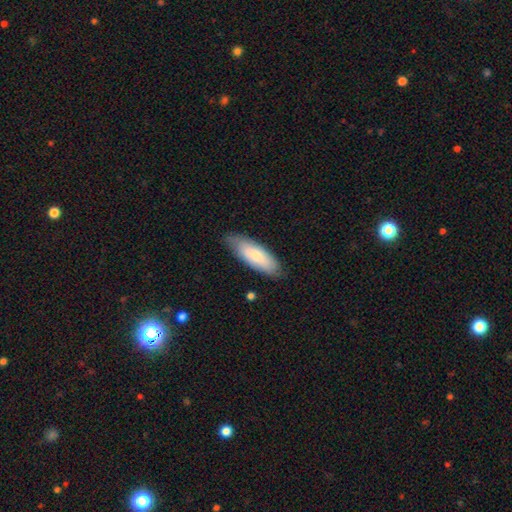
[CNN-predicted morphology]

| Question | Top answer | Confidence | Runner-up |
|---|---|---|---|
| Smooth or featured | smooth | 74% | featured or disk (21%) |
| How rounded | in between | 67% | cigar-shaped (32%) |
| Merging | none | 77% | minor disturbance (18%) |